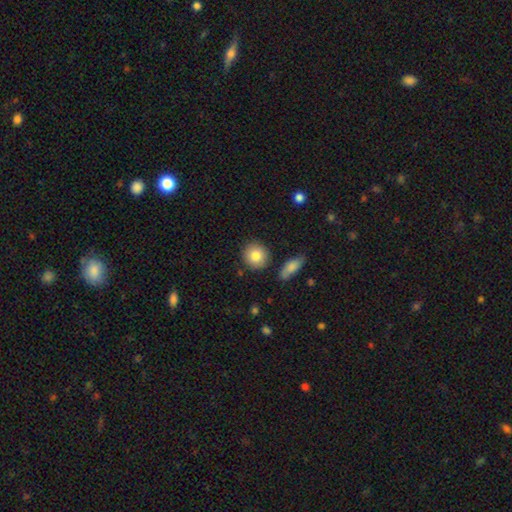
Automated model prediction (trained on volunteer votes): Morphology: type=smooth (82%); roundness=round (88%); merging=none (87%).